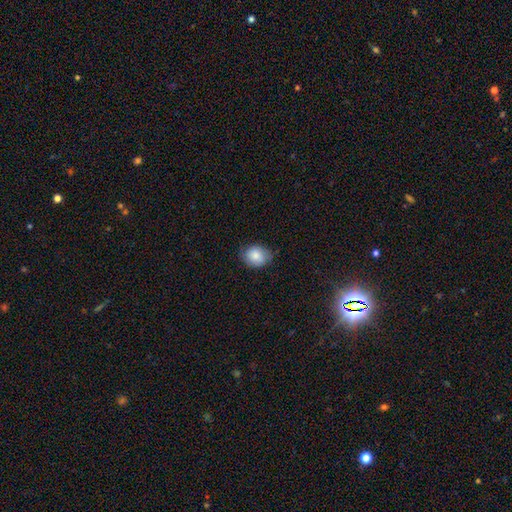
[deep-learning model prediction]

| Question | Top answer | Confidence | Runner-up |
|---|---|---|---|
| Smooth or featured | smooth | 83% | featured or disk (10%) |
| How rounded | round | 51% | in between (49%) |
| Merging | none | 73% | minor disturbance (22%) |